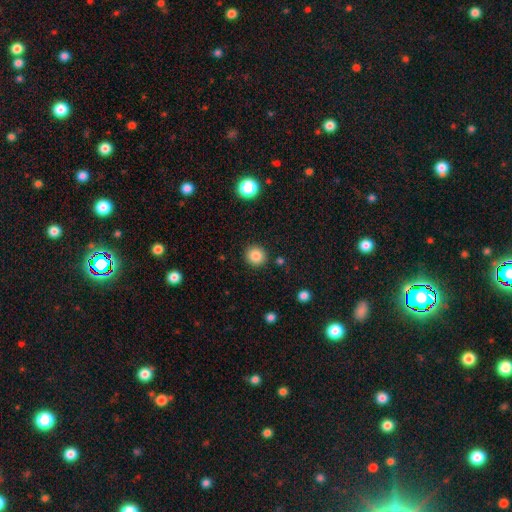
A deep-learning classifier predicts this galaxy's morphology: A smooth galaxy with no disk features (85%) that is round (91%).

Vote fractions:
- Smooth or featured? smooth: 85% / star or artifact: 10% / featured or disk: 5%
- How rounded? round: 91% / in between: 8% / cigar-shaped: 1%
- Merging? none: 90% / minor disturbance: 6% / major disturbance: 2% / merger: 2%